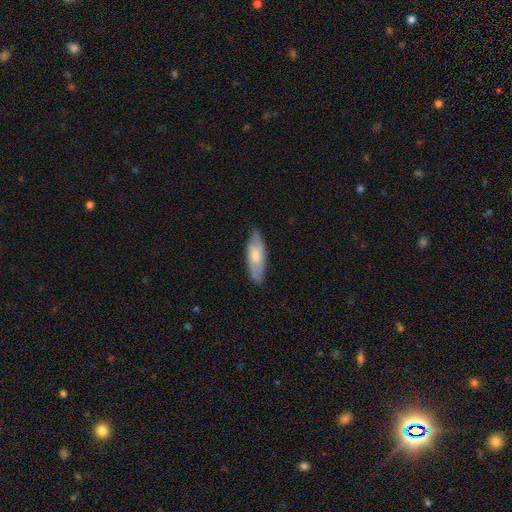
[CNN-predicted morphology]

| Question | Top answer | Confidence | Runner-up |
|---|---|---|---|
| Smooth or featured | smooth | 64% | featured or disk (30%) |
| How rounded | in between | 69% | cigar-shaped (29%) |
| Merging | none | 73% | minor disturbance (22%) |